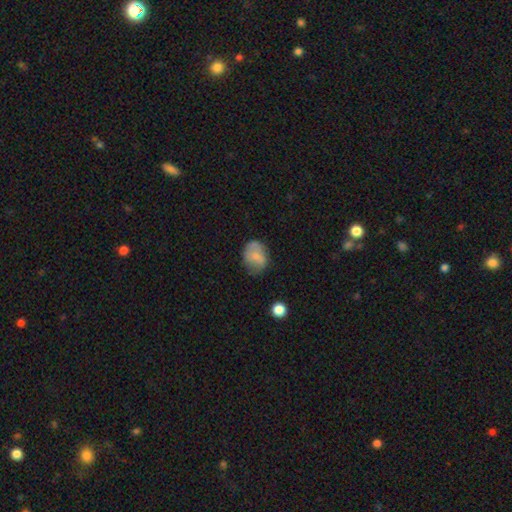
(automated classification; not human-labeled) This is likely a smooth galaxy (71%). How rounded: likely in between (60%). Merging: possibly none (55%).